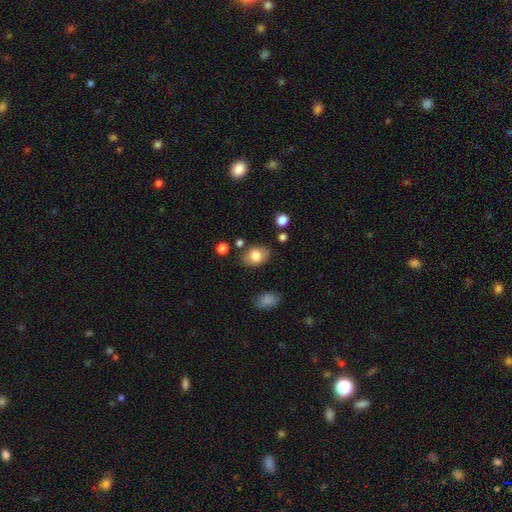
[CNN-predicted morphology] smooth 81%, featured or disk 11%, star or artifact 8%. Down the decision tree: how rounded — in between (78%); merging — none (80%).